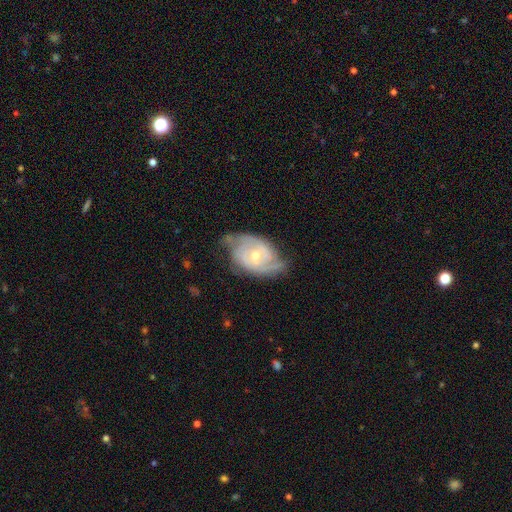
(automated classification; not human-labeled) smooth-or-featured: featured or disk: 86% | smooth: 10% | star or artifact: 5%
  disk-edge-on: no: 96% | yes: 4%
    bar: no: 58% | weak: 35% | strong: 7%
    has-spiral-arms: yes: 95% | no: 5%
      spiral-winding: tight: 56% | medium: 35% | loose: 9%
      spiral-arm-count: 2: 52% | 3: 18% | can't tell: 18% | 4: 4% | 1: 4% | more than 4: 3%
    bulge-size: moderate: 51% | small: 46% | large: 2% | none: 1% | dominant: 1%
  merging: none: 63% | minor disturbance: 26% | major disturbance: 9% | merger: 2%